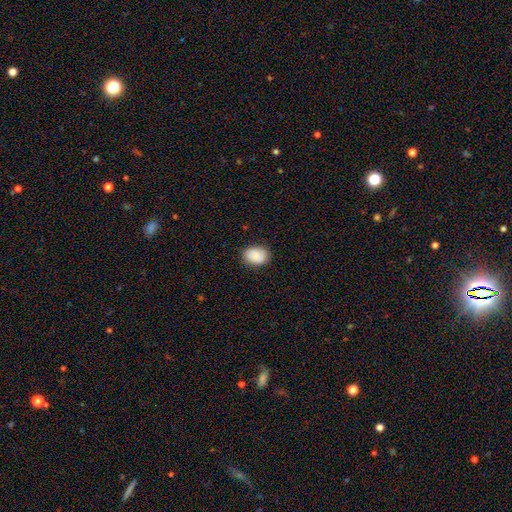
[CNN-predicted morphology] Smooth or featured? smooth (87%)
How rounded? in between (67%)
Merging? none (83%)